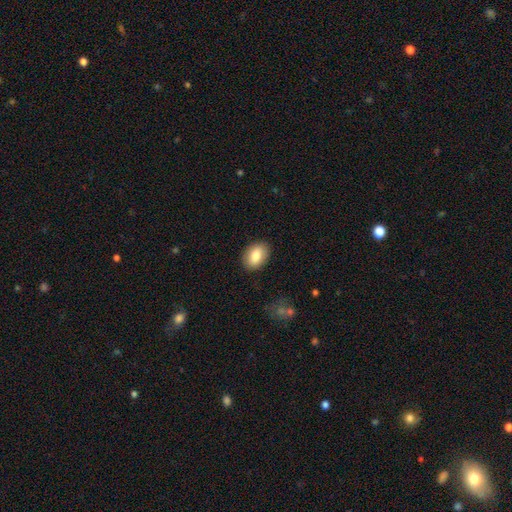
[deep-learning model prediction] Smooth or featured? Predicted: smooth (p=0.82). How rounded? Predicted: in between (p=0.81). Merging? Predicted: none (p=0.87).